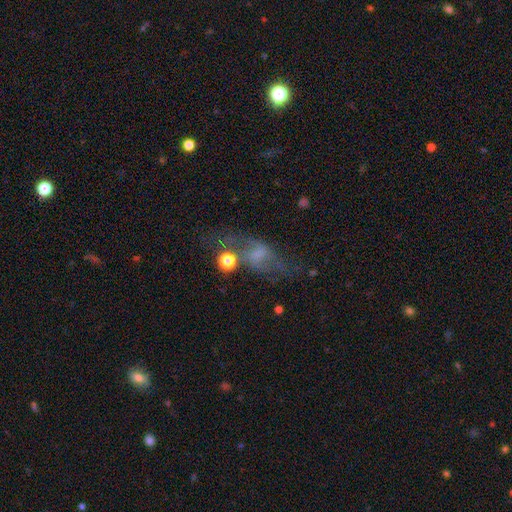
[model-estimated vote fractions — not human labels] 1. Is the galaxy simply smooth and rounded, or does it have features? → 50% featured or disk, 32% smooth, 18% star or artifact.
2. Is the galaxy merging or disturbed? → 48% none, 23% major disturbance, 19% minor disturbance, 10% merger.